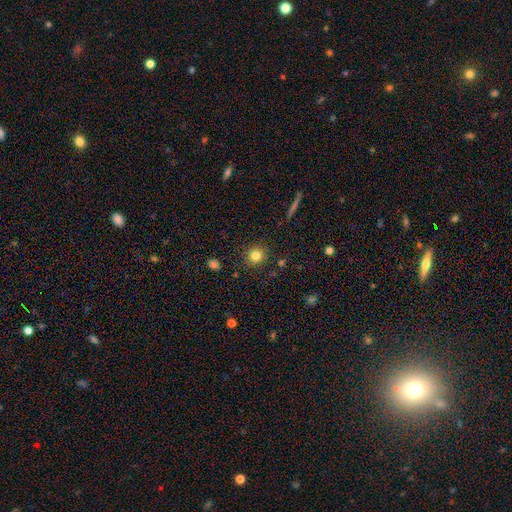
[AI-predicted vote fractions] Q: Smooth or featured?
A: smooth (81%); runner-up: star or artifact (12%)
Q: How rounded?
A: round (91%); runner-up: in between (8%)
Q: Merging?
A: none (89%); runner-up: minor disturbance (7%)